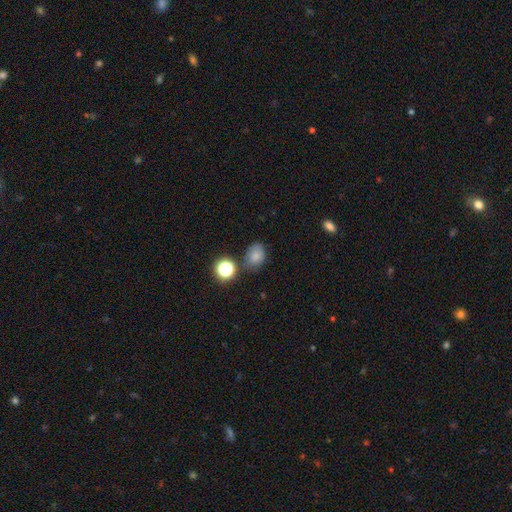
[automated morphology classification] smooth-or-featured: smooth: 77% | star or artifact: 15% | featured or disk: 8%
  how-rounded: in between: 64% | round: 35% | cigar-shaped: 1%
  merging: none: 64% | minor disturbance: 22% | merger: 8% | major disturbance: 6%